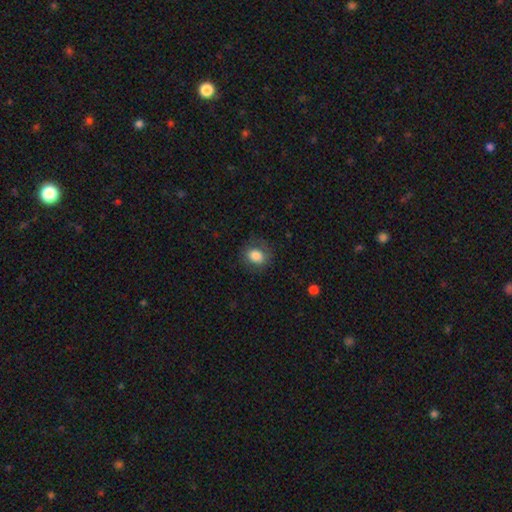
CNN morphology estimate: Smooth or featured: smooth — 82% (featured or disk — 9%)
How rounded: round — 56% (in between — 43%)
Merging: none — 73% (minor disturbance — 17%)